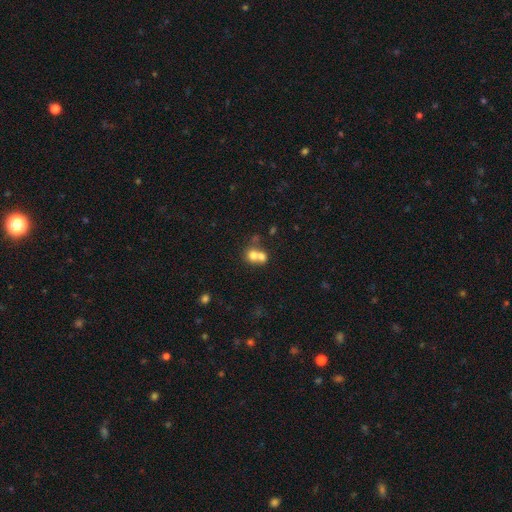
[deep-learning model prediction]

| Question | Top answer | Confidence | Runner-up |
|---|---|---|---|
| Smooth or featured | smooth | 68% | featured or disk (20%) |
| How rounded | round | 76% | in between (23%) |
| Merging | merger | 65% | none (27%) |